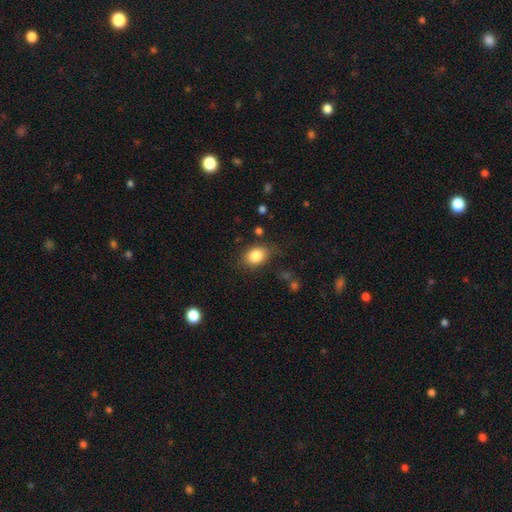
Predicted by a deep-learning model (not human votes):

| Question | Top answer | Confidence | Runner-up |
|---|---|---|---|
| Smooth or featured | smooth | 84% | star or artifact (9%) |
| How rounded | in between | 66% | round (33%) |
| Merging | none | 75% | minor disturbance (17%) |